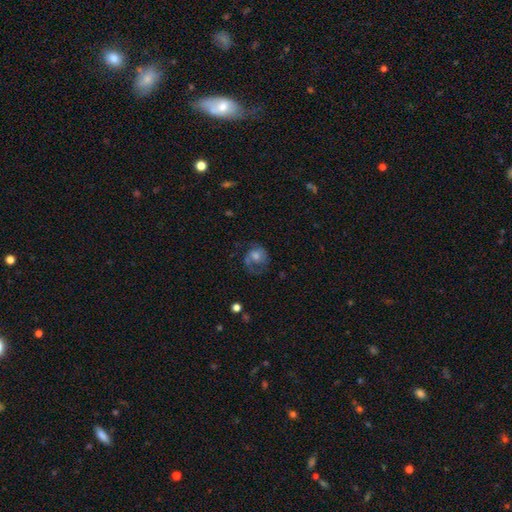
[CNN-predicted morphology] smooth-or-featured: featured or disk: 56% | smooth: 32% | star or artifact: 12%
  disk-edge-on: no: 97% | yes: 3%
    bar: no: 75% | weak: 21% | strong: 4%
    has-spiral-arms: yes: 78% | no: 22%
    bulge-size: moderate: 52% | small: 27% | large: 13% | none: 5% | dominant: 2%
  merging: none: 50% | major disturbance: 27% | minor disturbance: 20% | merger: 3%